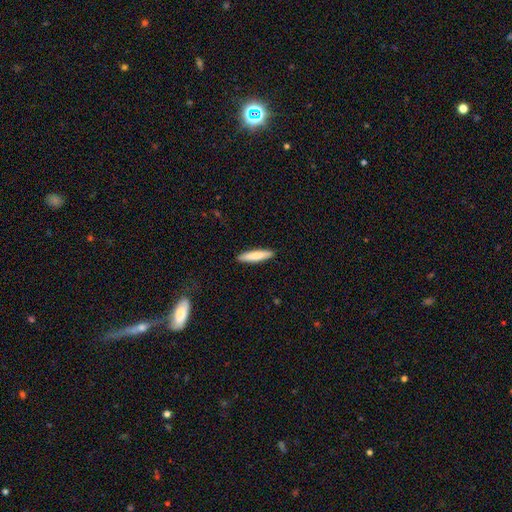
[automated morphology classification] Smooth or featured: smooth — 79% (featured or disk — 16%)
How rounded: cigar-shaped — 84% (in between — 15%)
Merging: none — 91% (minor disturbance — 6%)